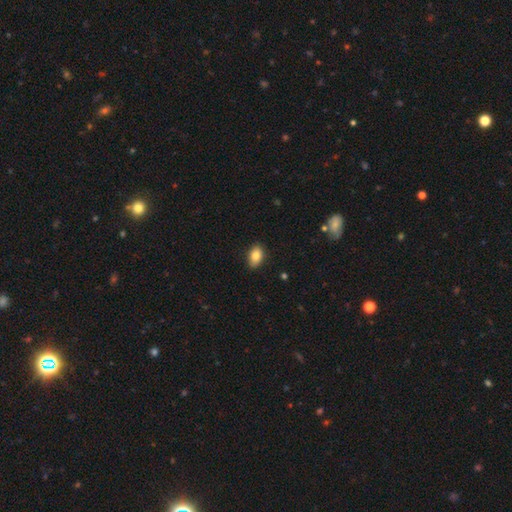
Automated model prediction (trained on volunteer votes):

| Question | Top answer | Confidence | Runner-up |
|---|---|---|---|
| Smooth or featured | smooth | 85% | star or artifact (8%) |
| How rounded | in between | 89% | round (10%) |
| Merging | none | 86% | minor disturbance (11%) |